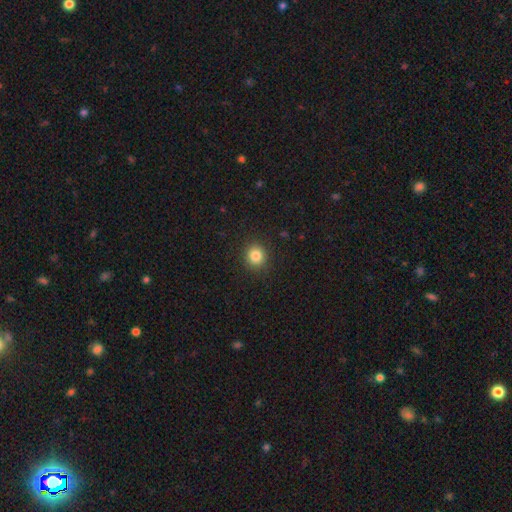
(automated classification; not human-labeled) The model was most divided on "smooth or featured": smooth: 84%, star or artifact: 11%, featured or disk: 5%. More confident: merging — none (91%); how rounded — round (89%).